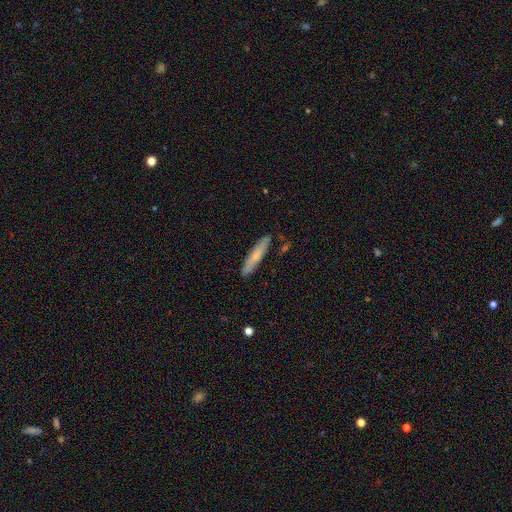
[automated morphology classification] smooth-or-featured: smooth: 60% | featured or disk: 34% | star or artifact: 6%
  how-rounded: cigar-shaped: 88% | in between: 11% | round: 2%
  merging: none: 85% | minor disturbance: 11% | merger: 2% | major disturbance: 2%